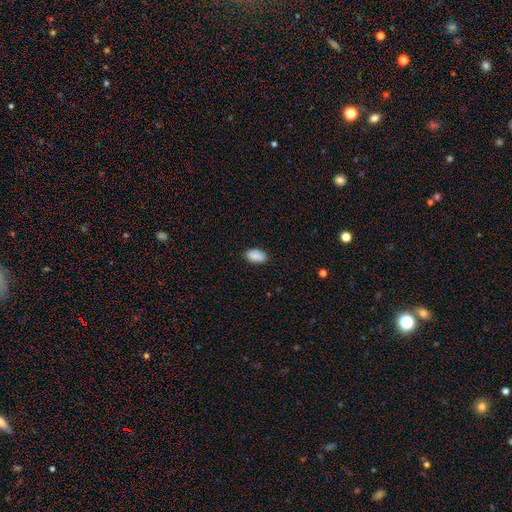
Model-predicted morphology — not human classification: This is clearly a smooth galaxy (85%). How rounded: clearly in between (92%). Merging: likely none (78%).